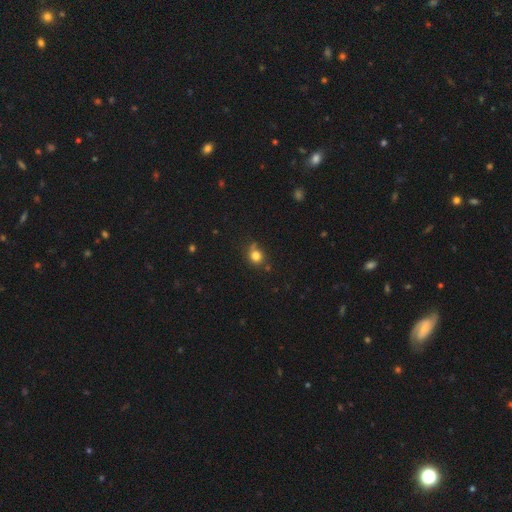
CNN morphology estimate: Smooth or featured?
  - smooth: 80% *
  - star or artifact: 13%
  - featured or disk: 7%
How rounded?
  - round: 80% *
  - in between: 19%
  - cigar-shaped: 1%
Merging?
  - none: 67% *
  - minor disturbance: 18%
  - merger: 9%
  - major disturbance: 5%